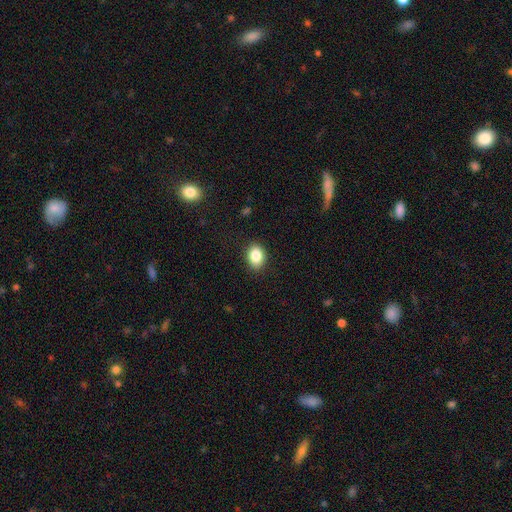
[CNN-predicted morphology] A smooth galaxy with no disk features (86%) that is in between round and cigar-shaped (71%).

Vote fractions:
- Smooth or featured? smooth: 86% / star or artifact: 8% / featured or disk: 5%
- How rounded? in between: 71% / round: 28% / cigar-shaped: 1%
- Merging? none: 88% / minor disturbance: 9% / major disturbance: 2% / merger: 1%